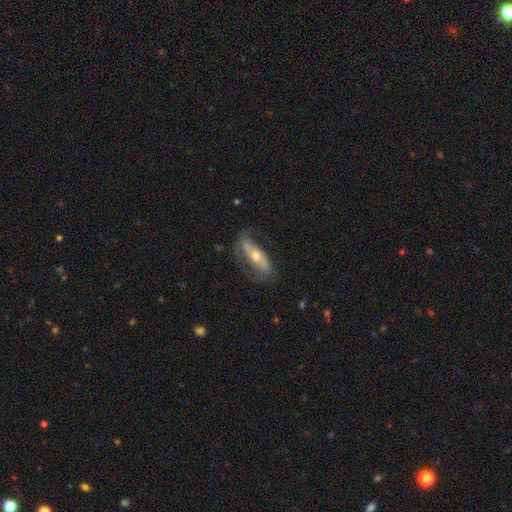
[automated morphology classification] A featured or disk galaxy (61%).

Vote fractions:
- Smooth or featured? featured or disk: 61% / smooth: 32% / star or artifact: 7%
- Edge-on disk? no: 72% / yes: 28%
- Merging? none: 66% / minor disturbance: 21% / major disturbance: 11% / merger: 2%